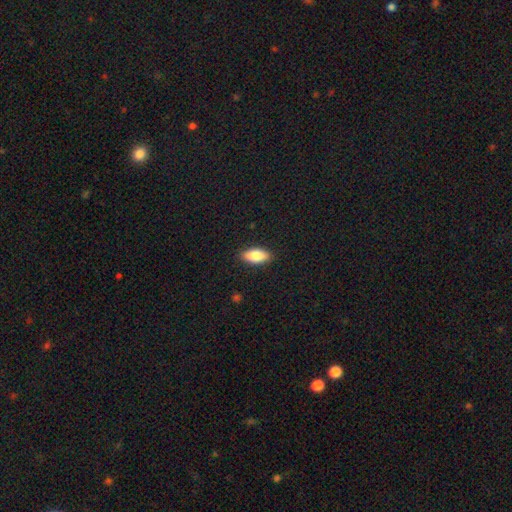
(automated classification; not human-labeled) This appears to be a smooth galaxy with no disk features (83%) that is in between round and cigar-shaped (87%). Merging: none (89%).